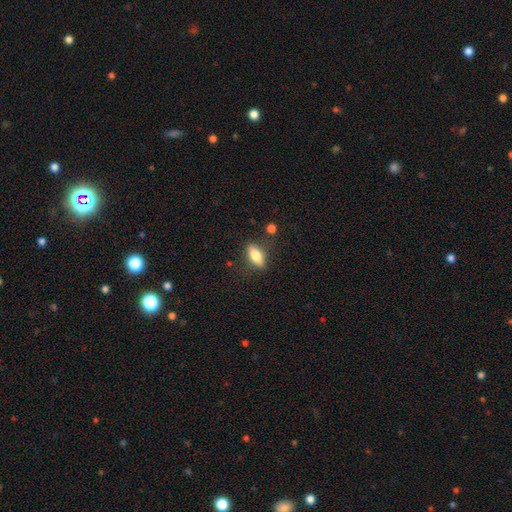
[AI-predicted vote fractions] Smooth or featured: smooth — 68% (featured or disk — 24%)
How rounded: in between — 74% (cigar-shaped — 22%)
Merging: none — 81% (minor disturbance — 13%)